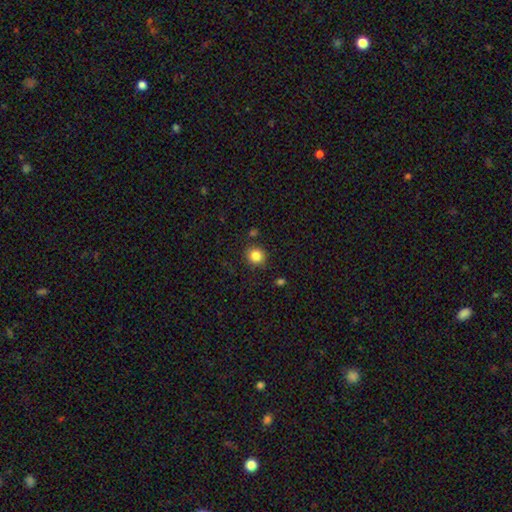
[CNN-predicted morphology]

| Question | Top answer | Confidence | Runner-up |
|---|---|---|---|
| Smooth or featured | smooth | 84% | star or artifact (11%) |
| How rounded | round | 89% | in between (11%) |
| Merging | none | 86% | minor disturbance (9%) |